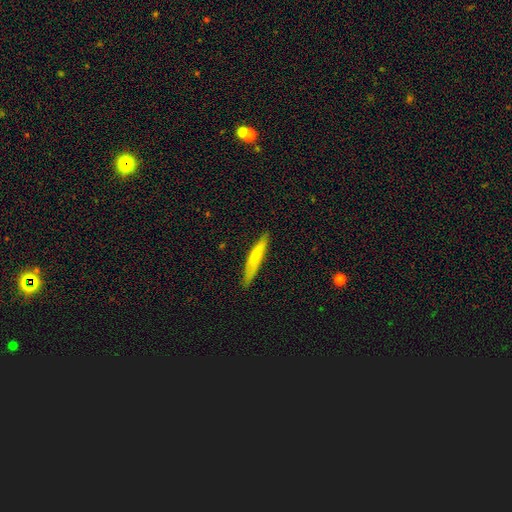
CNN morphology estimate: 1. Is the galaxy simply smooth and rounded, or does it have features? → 62% smooth, 33% featured or disk, 6% star or artifact.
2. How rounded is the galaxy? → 89% cigar-shaped, 10% in between, 1% round.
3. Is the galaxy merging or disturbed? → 85% none, 12% minor disturbance, 2% major disturbance, 1% merger.